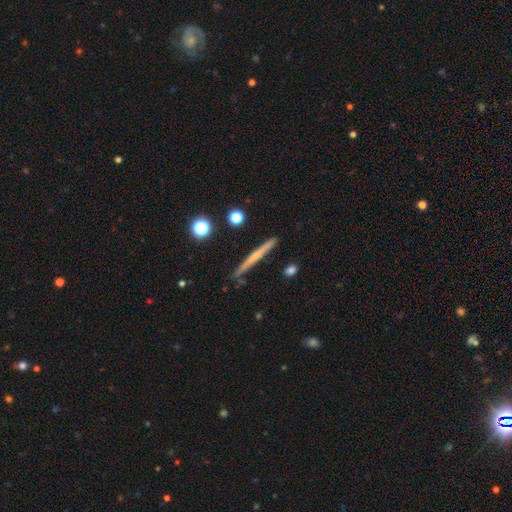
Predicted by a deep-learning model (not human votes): featured or disk 52%, smooth 41%, star or artifact 7%. Down the decision tree: edge-on disk — yes (97%); edge-on bulge — none (66%); merging — none (86%).